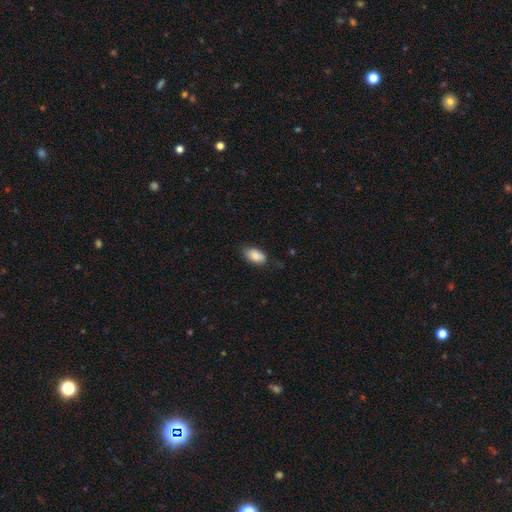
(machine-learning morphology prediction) A smooth galaxy with no disk features (84%) that is in between round and cigar-shaped (93%). Merging: none (75%).